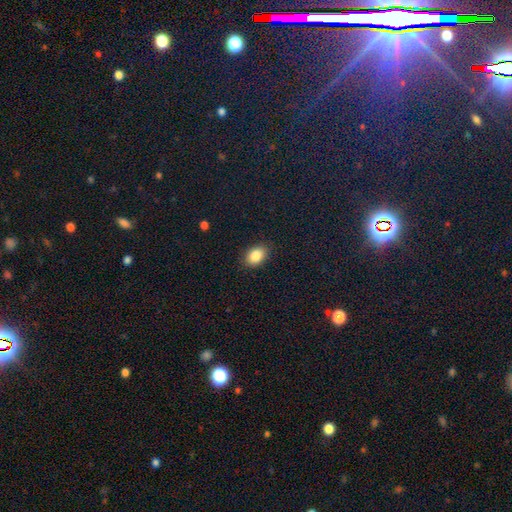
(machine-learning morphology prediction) The model was most divided on "how rounded": in between: 83%, round: 15%, cigar-shaped: 1%. More confident: merging — none (87%); smooth or featured — smooth (86%).